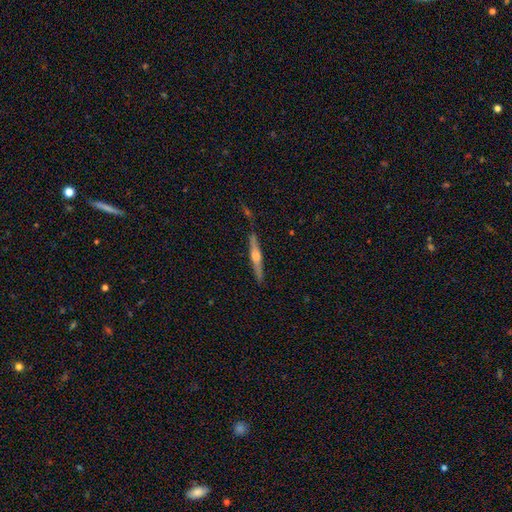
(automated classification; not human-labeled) Smooth or featured?
  - featured or disk: 74% *
  - smooth: 19%
  - star or artifact: 6%
Edge-on disk?
  - yes: 98% *
  - no: 2%
Edge-on bulge?
  - rounded: 88% *
  - boxy: 7%
  - none: 5%
Merging?
  - none: 85% *
  - minor disturbance: 10%
  - merger: 3%
  - major disturbance: 2%